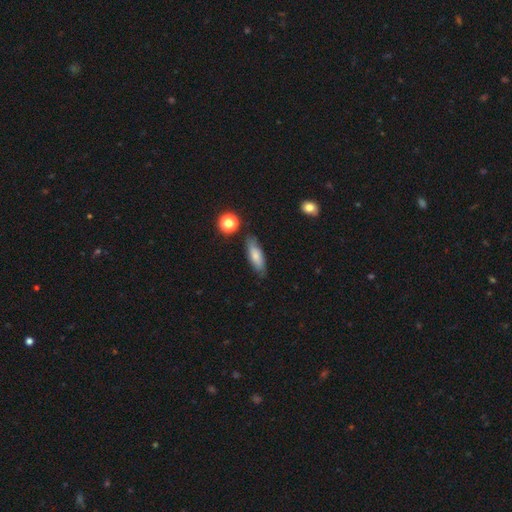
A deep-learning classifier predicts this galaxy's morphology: Smooth or featured?
  - smooth: 73% *
  - featured or disk: 19%
  - star or artifact: 8%
How rounded?
  - in between: 60% *
  - cigar-shaped: 37%
  - round: 3%
Merging?
  - none: 77% *
  - minor disturbance: 17%
  - major disturbance: 3%
  - merger: 3%